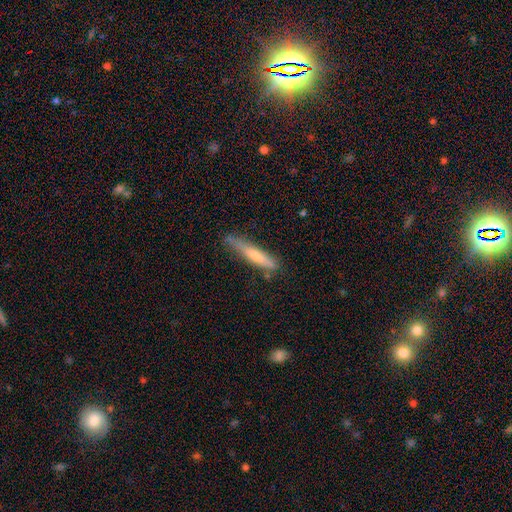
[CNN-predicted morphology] smooth_or_featured: smooth (p=0.62) [alt: featured or disk p=0.32]
how_rounded: cigar-shaped (p=0.92) [alt: in between p=0.07]
merging: none (p=0.66) [alt: minor disturbance p=0.25]